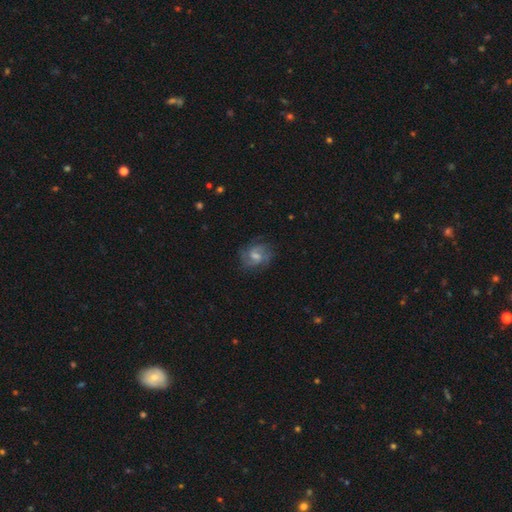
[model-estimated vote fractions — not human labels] Smooth or featured: featured or disk — 67% (smooth — 25%)
Edge-on disk: no — 97% (yes — 3%)
Bar: weak — 55% (no — 32%)
Spiral arms: yes — 89% (no — 11%)
Spiral winding: medium — 49% (tight — 29%)
Spiral arm count: 2 — 60% (can't tell — 19%)
Bulge size: moderate — 45% (small — 33%)
Merging: none — 71% (minor disturbance — 18%)